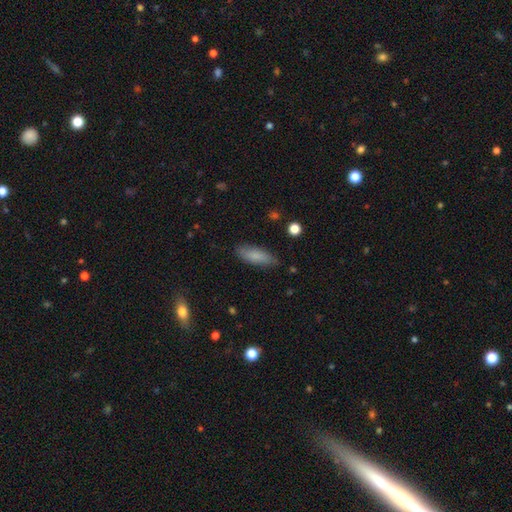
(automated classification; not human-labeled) Morphology: type=smooth (81%); roundness=in between (59%); merging=none (83%).